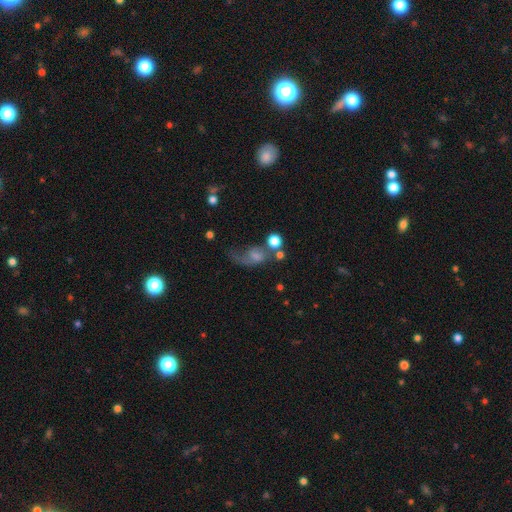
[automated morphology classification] A smooth galaxy with no disk features (43%). Merging: major disturbance (39%).